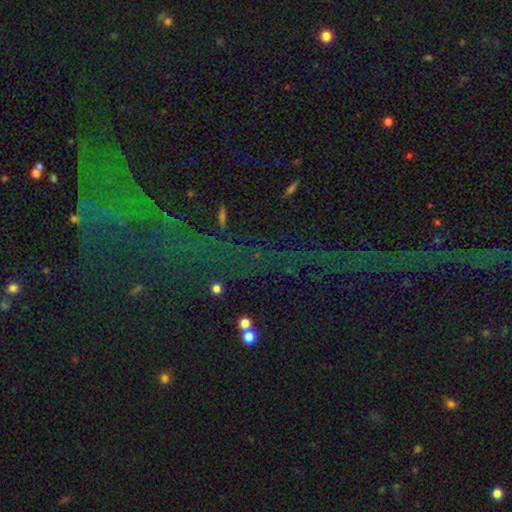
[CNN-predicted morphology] Smooth or featured: star or artifact — 77% (featured or disk — 13%)